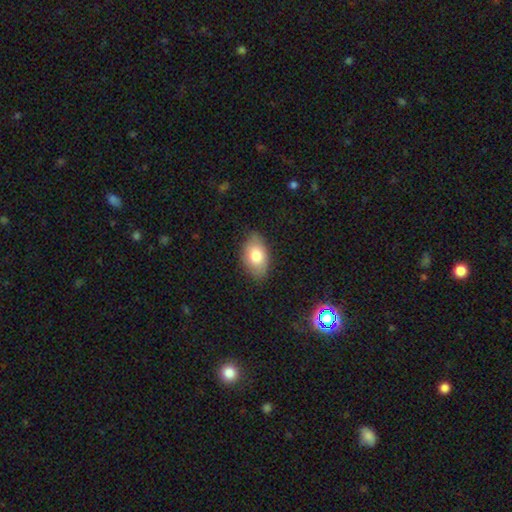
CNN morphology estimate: Smooth or featured? Predicted: smooth (p=0.78). How rounded? Predicted: in between (p=0.91). Merging? Predicted: none (p=0.79).